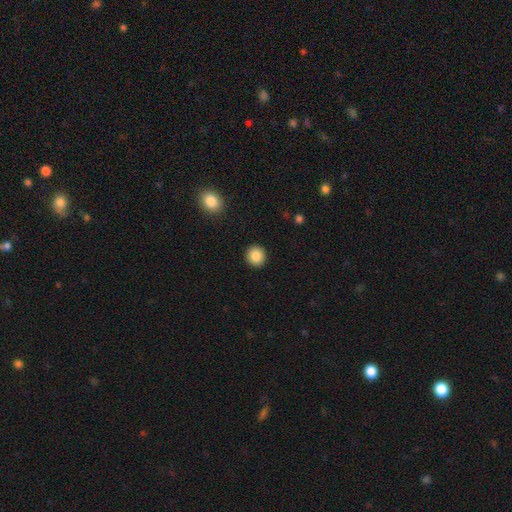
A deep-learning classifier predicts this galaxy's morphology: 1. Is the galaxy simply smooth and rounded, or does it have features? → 87% smooth, 9% star or artifact, 5% featured or disk.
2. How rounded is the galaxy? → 90% round, 9% in between, 1% cigar-shaped.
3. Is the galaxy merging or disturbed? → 92% none, 5% minor disturbance, 2% major disturbance, 1% merger.